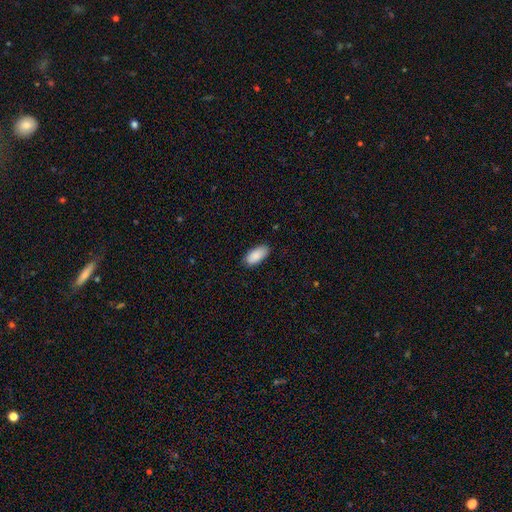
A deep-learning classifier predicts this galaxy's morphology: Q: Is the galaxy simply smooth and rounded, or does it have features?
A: smooth — 90%.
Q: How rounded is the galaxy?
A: in between — 91%.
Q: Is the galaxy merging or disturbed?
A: none — 85%.